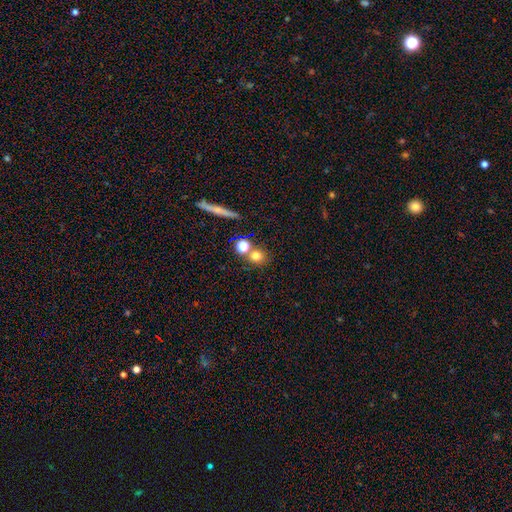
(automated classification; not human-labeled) Morphology: type=smooth (73%); roundness=round (83%); merging=none (64%).